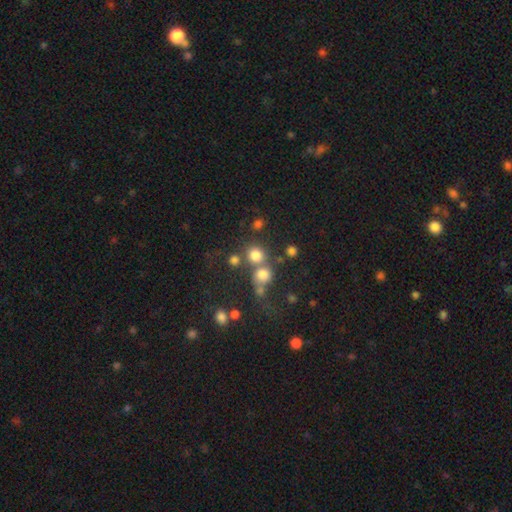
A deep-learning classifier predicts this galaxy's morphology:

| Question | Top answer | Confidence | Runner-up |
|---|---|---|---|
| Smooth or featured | smooth | 76% | star or artifact (16%) |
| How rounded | round | 86% | in between (13%) |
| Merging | none | 57% | merger (30%) |